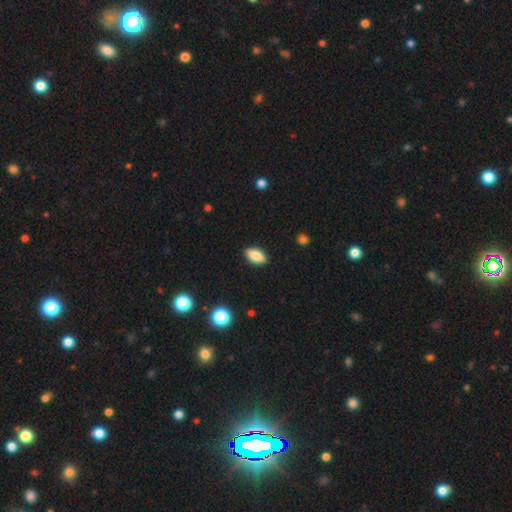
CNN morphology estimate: smooth_or_featured: smooth (p=0.81) [alt: featured or disk p=0.11]
how_rounded: in between (p=0.89) [alt: cigar-shaped p=0.07]
merging: none (p=0.88) [alt: minor disturbance p=0.09]